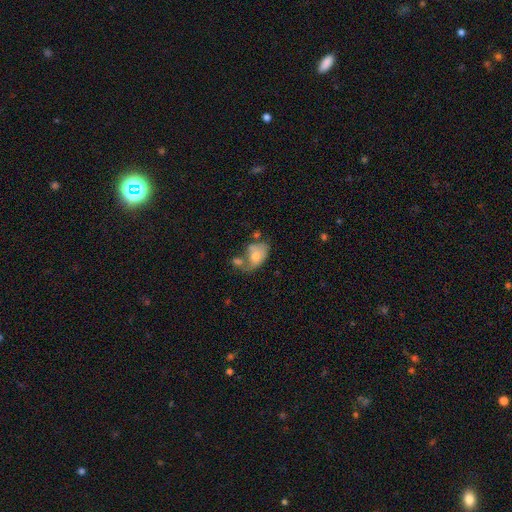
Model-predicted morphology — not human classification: smooth_or_featured: smooth (p=0.63) [alt: featured or disk p=0.29]
how_rounded: in between (p=0.84) [alt: round p=0.14]
merging: merger (p=0.39) [alt: none p=0.24]